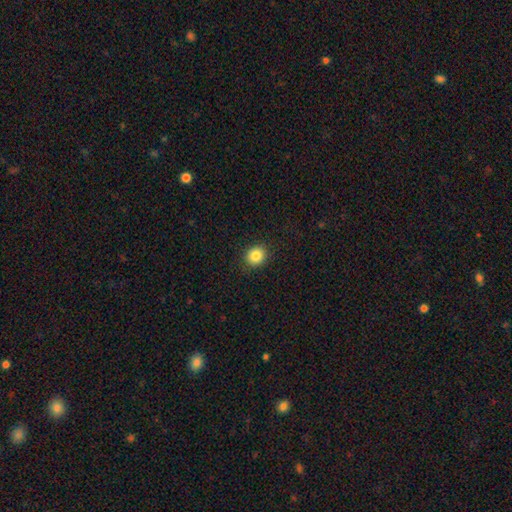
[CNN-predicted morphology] The model was most divided on "how rounded": round: 75%, in between: 24%, cigar-shaped: 1%. More confident: merging — none (90%); smooth or featured — smooth (85%).